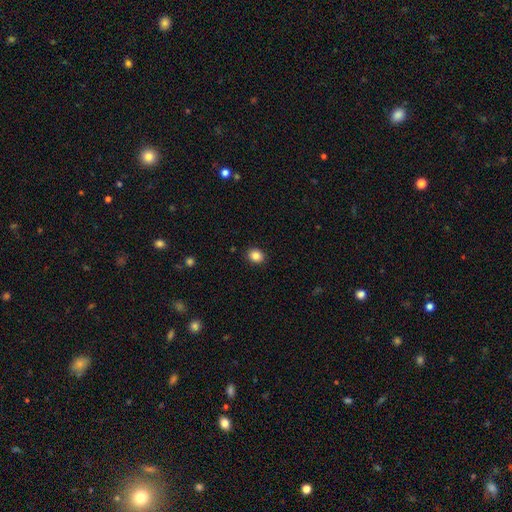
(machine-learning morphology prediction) A smooth galaxy with no disk features (85%) that is round (60%). Merging: none (90%).